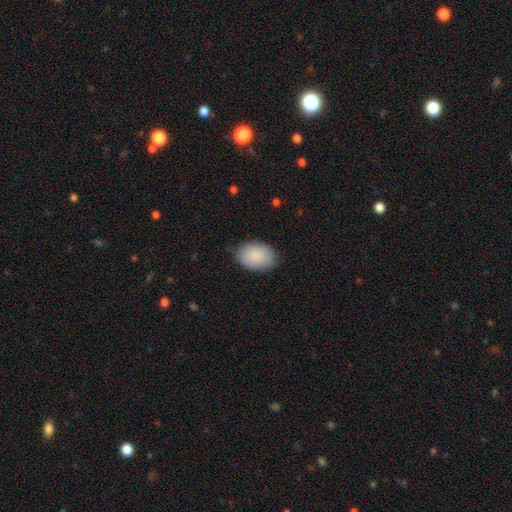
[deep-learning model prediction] smooth 88%, featured or disk 6%, star or artifact 6%. Down the decision tree: how rounded — in between (88%); merging — none (83%).